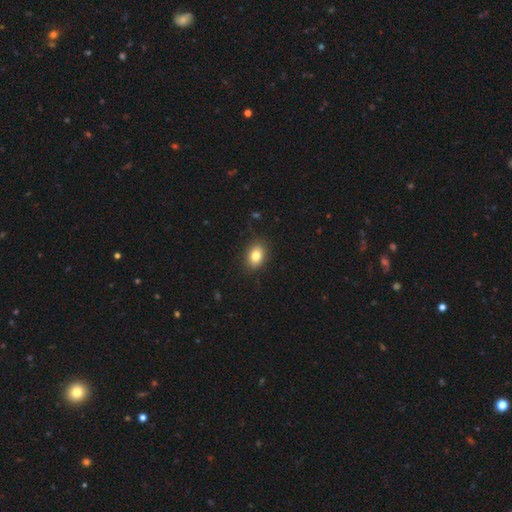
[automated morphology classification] smooth-or-featured: smooth: 82% | star or artifact: 9% | featured or disk: 9%
  how-rounded: in between: 79% | round: 20% | cigar-shaped: 1%
  merging: none: 87% | minor disturbance: 10% | major disturbance: 2% | merger: 1%